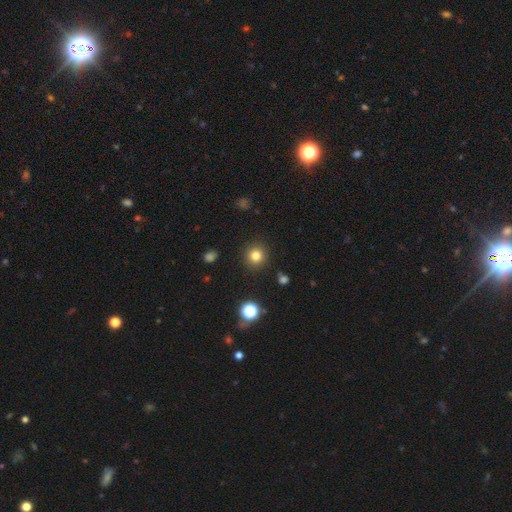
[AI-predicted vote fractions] Smooth or featured?
  - smooth: 80% *
  - star or artifact: 14%
  - featured or disk: 6%
How rounded?
  - round: 93% *
  - in between: 6%
  - cigar-shaped: 1%
Merging?
  - none: 90% *
  - minor disturbance: 6%
  - major disturbance: 2%
  - merger: 1%